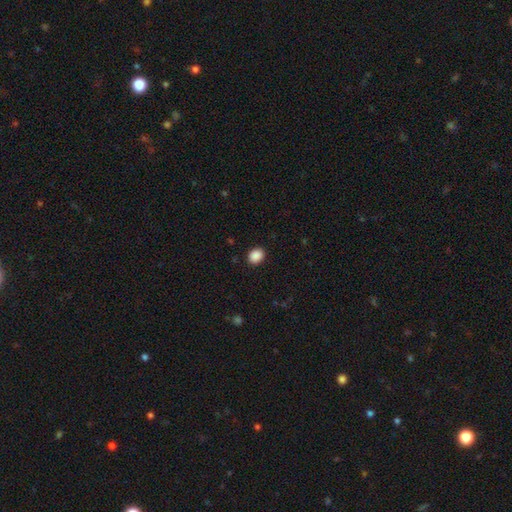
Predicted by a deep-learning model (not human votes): Morphology: type=smooth (89%); roundness=in between (53%); merging=none (90%).